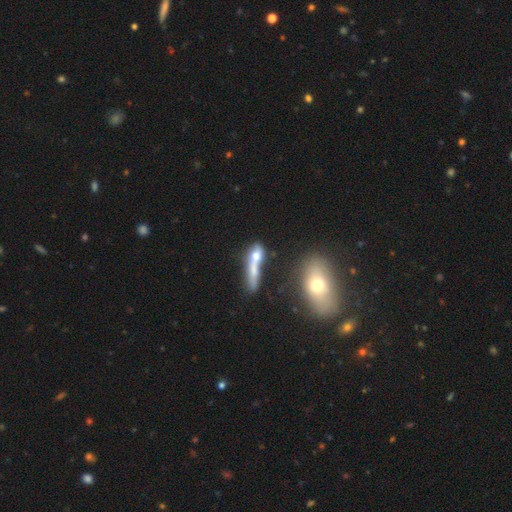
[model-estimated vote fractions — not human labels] The model was most divided on "how rounded": cigar-shaped: 51%, in between: 36%, round: 13%. Remaining: smooth or featured — smooth (54%); merging — merger (49%).